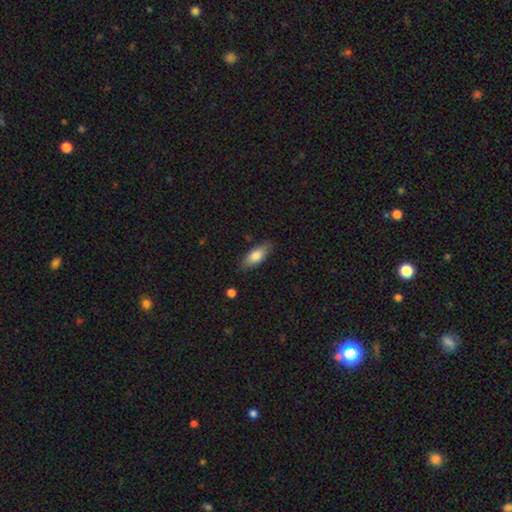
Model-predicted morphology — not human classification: smooth 81%, featured or disk 13%, star or artifact 6%. Down the decision tree: how rounded — in between (79%); merging — none (82%).